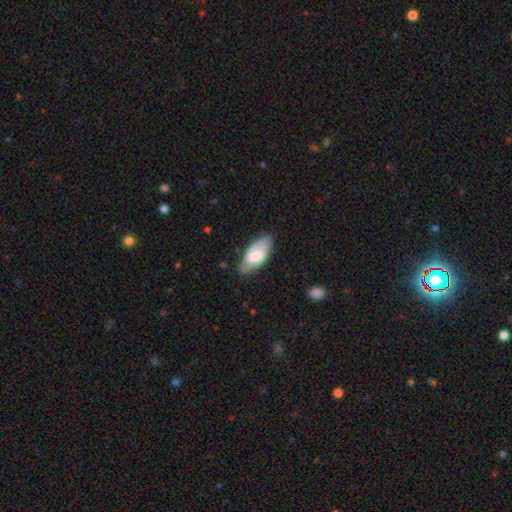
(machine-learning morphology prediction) A smooth galaxy with no disk features (55%) that is in between round and cigar-shaped (90%).

Vote fractions:
- Smooth or featured? smooth: 55% / featured or disk: 39% / star or artifact: 6%
- How rounded? in between: 90% / cigar-shaped: 7% / round: 3%
- Merging? none: 73% / minor disturbance: 21% / major disturbance: 5% / merger: 2%